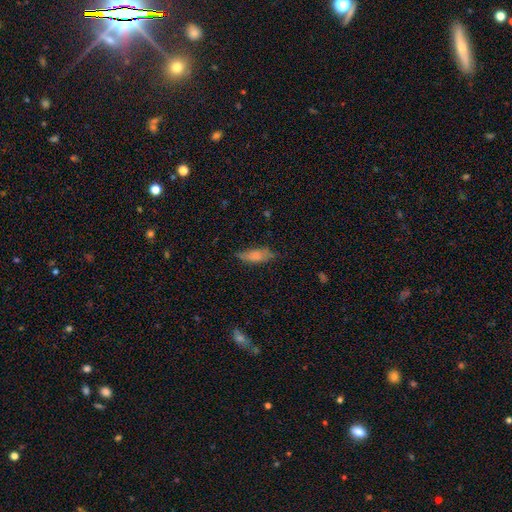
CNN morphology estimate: Q: Smooth or featured?
A: smooth (73%); runner-up: featured or disk (19%)
Q: How rounded?
A: in between (58%); runner-up: cigar-shaped (39%)
Q: Merging?
A: none (61%); runner-up: minor disturbance (28%)